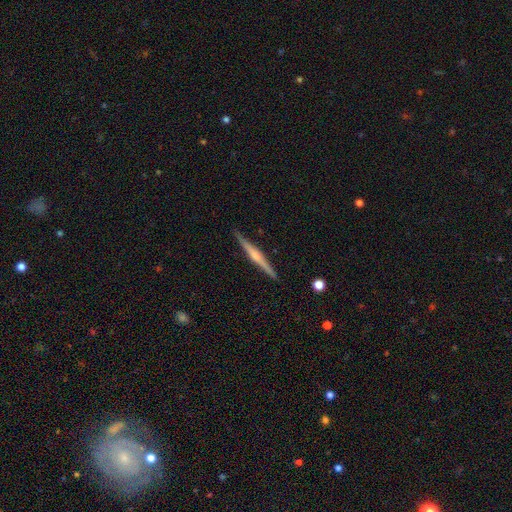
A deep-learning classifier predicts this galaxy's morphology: This is likely a featured or disk galaxy (75%). It is clearly viewed edge-on (98%). Edge-on bulge: likely rounded (73%). Merging: clearly none (91%).